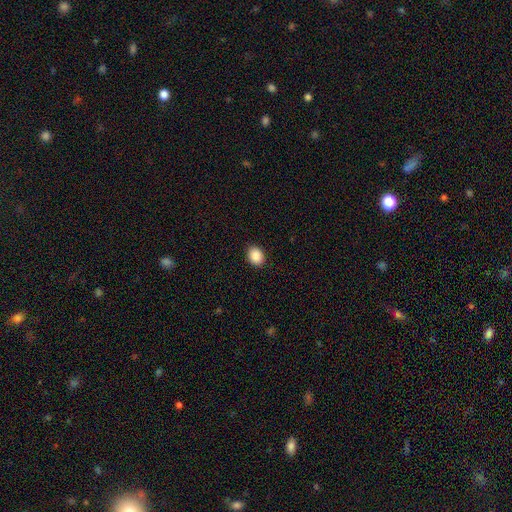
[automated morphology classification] This is clearly a smooth galaxy (89%). How rounded: possibly in between (57%). Merging: clearly none (90%).